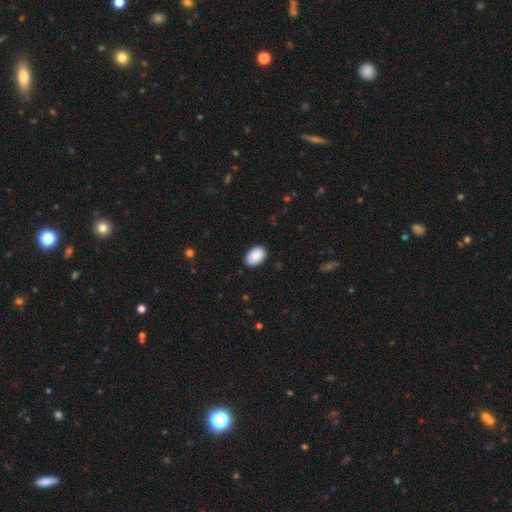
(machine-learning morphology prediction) A smooth galaxy with no disk features (89%) that is in between round and cigar-shaped (87%). Merging: none (87%).